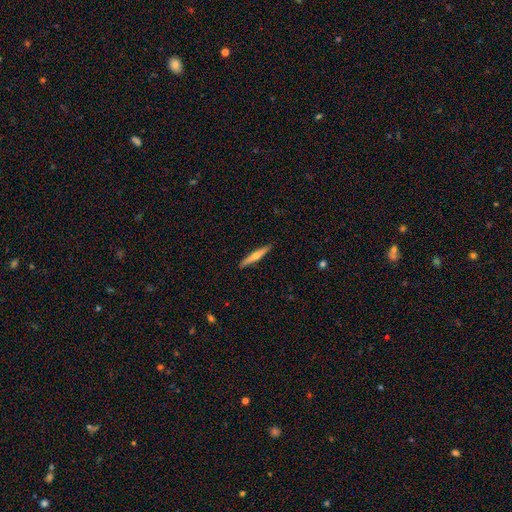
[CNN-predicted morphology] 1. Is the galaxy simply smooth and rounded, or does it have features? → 53% featured or disk, 41% smooth, 6% star or artifact.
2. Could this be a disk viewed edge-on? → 96% yes, 4% no.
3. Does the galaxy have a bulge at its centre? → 83% rounded, 14% none, 3% boxy.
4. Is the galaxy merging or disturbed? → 91% none, 7% minor disturbance, 1% major disturbance, 1% merger.